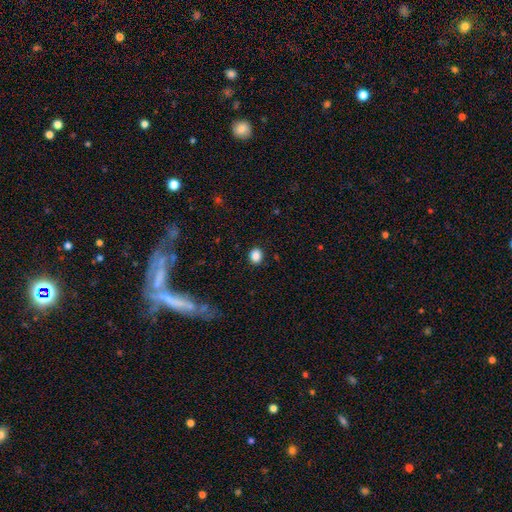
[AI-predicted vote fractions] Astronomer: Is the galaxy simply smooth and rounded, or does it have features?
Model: smooth — 87%.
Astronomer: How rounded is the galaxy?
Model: round — 61% (runner-up: in between, 38%).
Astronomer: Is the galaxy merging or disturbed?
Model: none — 90%.